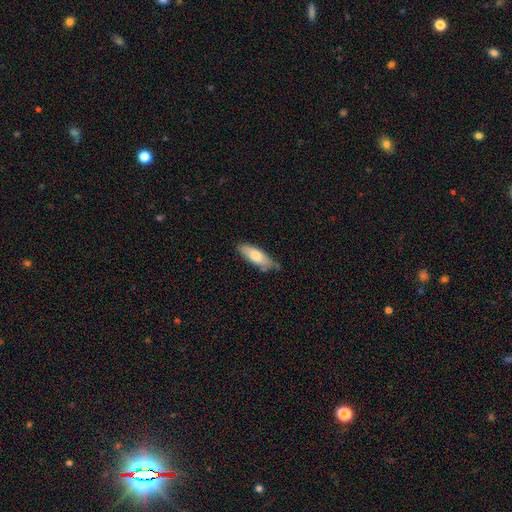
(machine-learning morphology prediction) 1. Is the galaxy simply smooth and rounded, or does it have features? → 73% smooth, 21% featured or disk, 6% star or artifact.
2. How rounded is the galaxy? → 62% in between, 36% cigar-shaped, 2% round.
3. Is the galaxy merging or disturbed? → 66% none, 26% minor disturbance, 4% major disturbance, 4% merger.